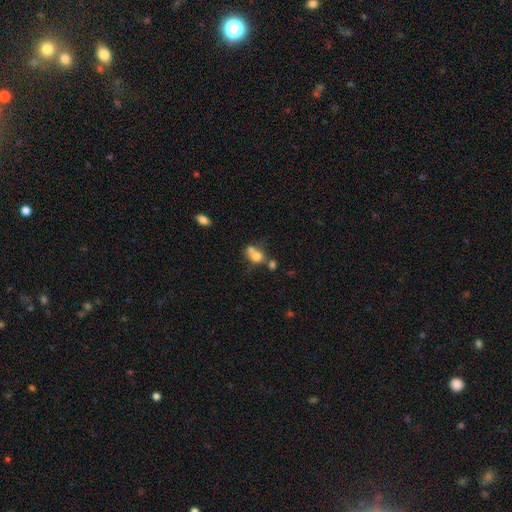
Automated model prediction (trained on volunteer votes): The model was most divided on "how rounded": round: 57%, in between: 41%, cigar-shaped: 2%. More confident: smooth or featured — smooth (70%); merging — merger (50%).